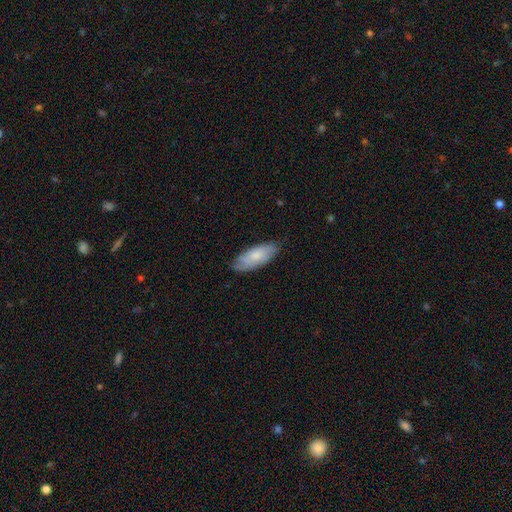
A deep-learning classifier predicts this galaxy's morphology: Q: Smooth or featured?
A: smooth (65%); runner-up: featured or disk (29%)
Q: How rounded?
A: in between (80%); runner-up: cigar-shaped (18%)
Q: Merging?
A: none (73%); runner-up: minor disturbance (22%)